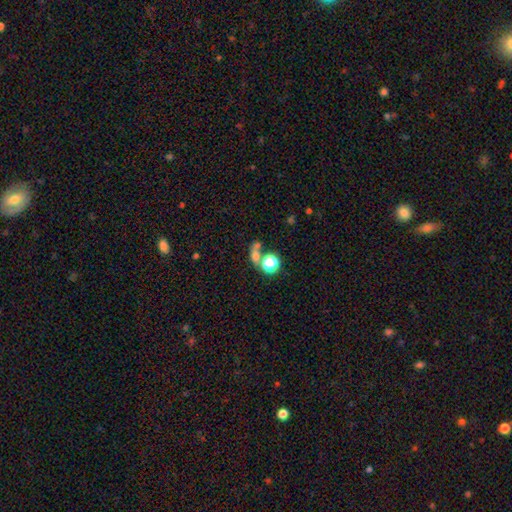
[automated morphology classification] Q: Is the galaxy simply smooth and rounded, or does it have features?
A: smooth — 62%.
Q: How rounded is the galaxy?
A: round — 59%.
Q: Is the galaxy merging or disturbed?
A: merger — 42%.